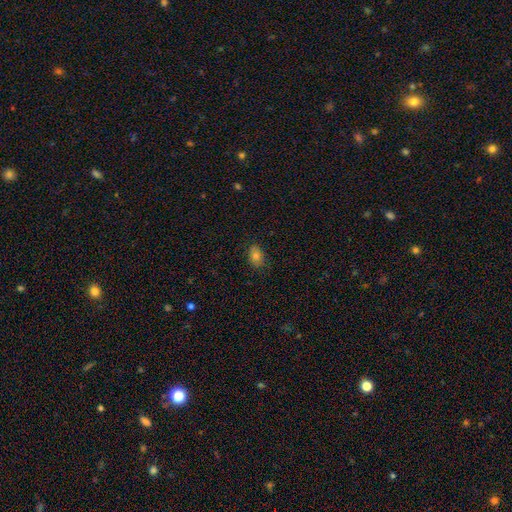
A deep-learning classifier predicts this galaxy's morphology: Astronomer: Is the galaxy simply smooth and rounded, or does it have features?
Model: smooth — 77%.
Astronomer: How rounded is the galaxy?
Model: in between — 74%.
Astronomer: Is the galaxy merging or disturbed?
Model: none — 83%.